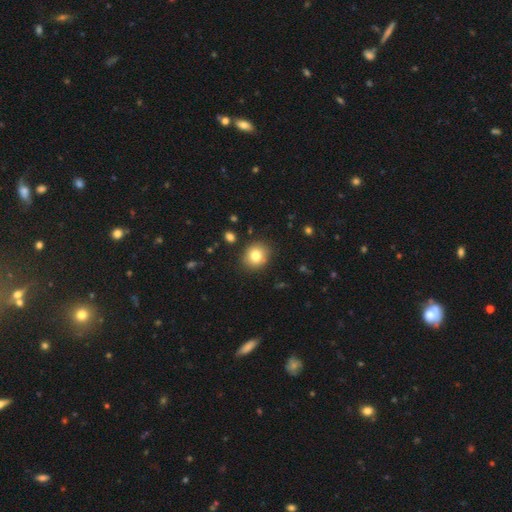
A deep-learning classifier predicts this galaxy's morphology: Q: Smooth or featured?
A: smooth (80%); runner-up: star or artifact (11%)
Q: How rounded?
A: round (76%); runner-up: in between (23%)
Q: Merging?
A: none (88%); runner-up: minor disturbance (8%)